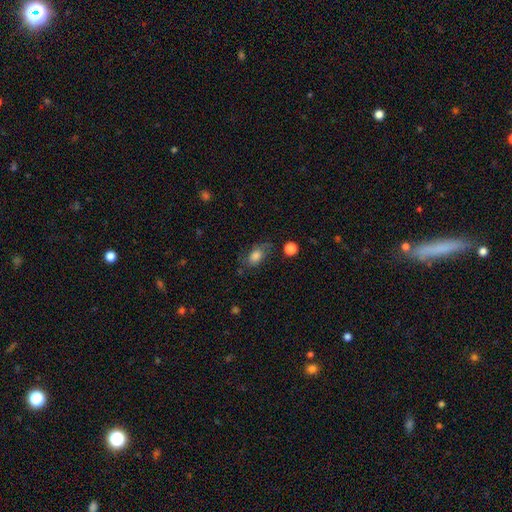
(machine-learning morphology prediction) Smooth or featured?
  - smooth: 75% *
  - featured or disk: 15%
  - star or artifact: 10%
How rounded?
  - in between: 83% *
  - round: 14%
  - cigar-shaped: 3%
Merging?
  - none: 57% *
  - minor disturbance: 26%
  - major disturbance: 14%
  - merger: 3%